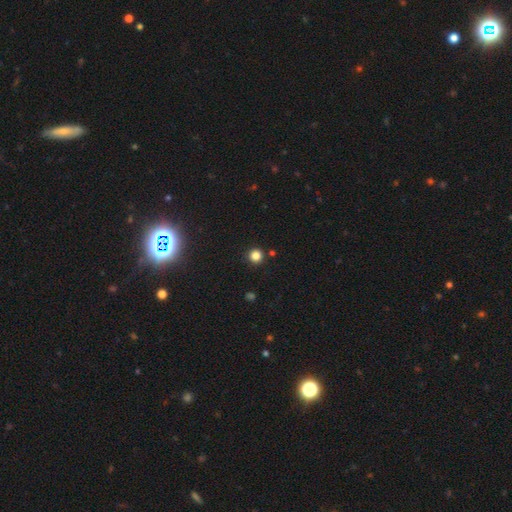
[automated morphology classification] Smooth or featured?
  - smooth: 82% *
  - star or artifact: 14%
  - featured or disk: 4%
How rounded?
  - round: 95% *
  - in between: 4%
  - cigar-shaped: 1%
Merging?
  - none: 90% *
  - minor disturbance: 5%
  - merger: 3%
  - major disturbance: 2%